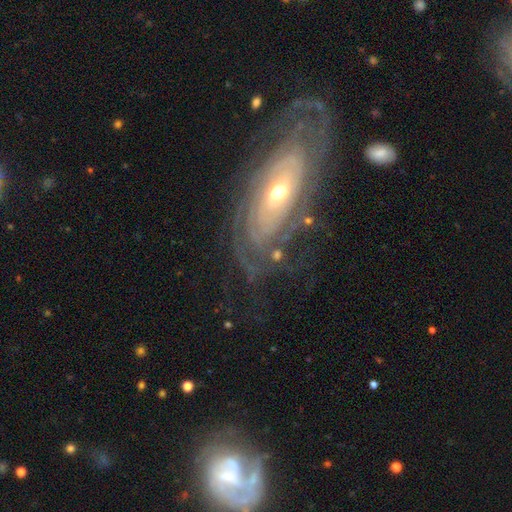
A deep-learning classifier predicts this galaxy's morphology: Smooth or featured? featured or disk (81%)
Edge-on disk? no (88%)
Bar? no (73%)
Spiral arms? yes (83%)
Spiral winding? tight (72%)
Spiral arm count? can't tell (56%)
Bulge size? small (48%)
Merging? none (69%)